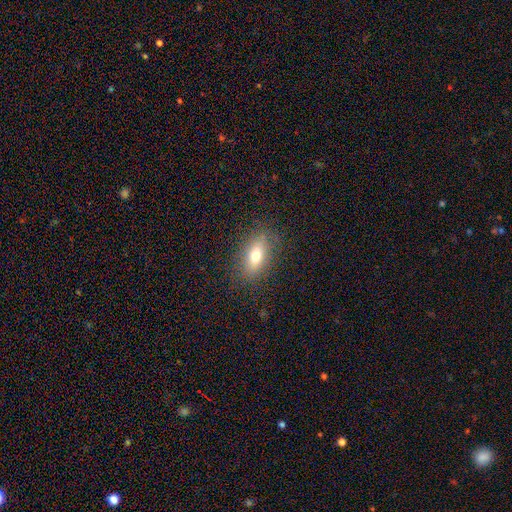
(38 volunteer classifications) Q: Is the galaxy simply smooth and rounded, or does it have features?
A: smooth — 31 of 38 (82%).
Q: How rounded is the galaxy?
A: in between — 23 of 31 (74%).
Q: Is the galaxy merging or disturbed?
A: none — 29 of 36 (81%).